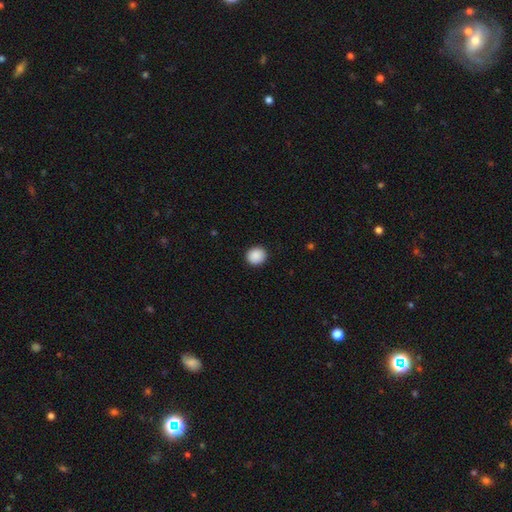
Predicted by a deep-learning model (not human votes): smooth 89%, star or artifact 8%, featured or disk 3%. Down the decision tree: how rounded — round (84%); merging — none (91%).